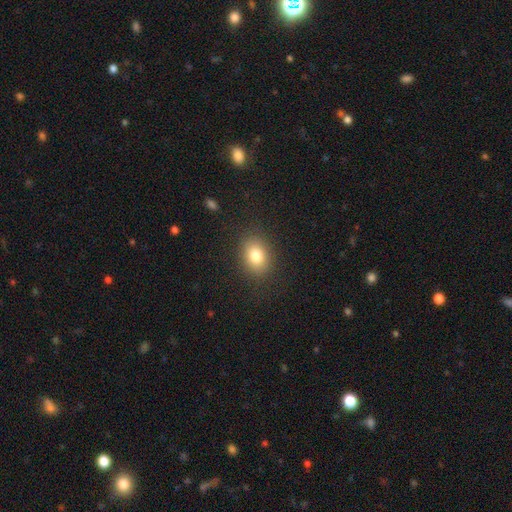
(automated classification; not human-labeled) smooth_or_featured: smooth (p=0.81) [alt: star or artifact p=0.10]
how_rounded: in between (p=0.64) [alt: round p=0.34]
merging: none (p=0.86) [alt: minor disturbance p=0.10]